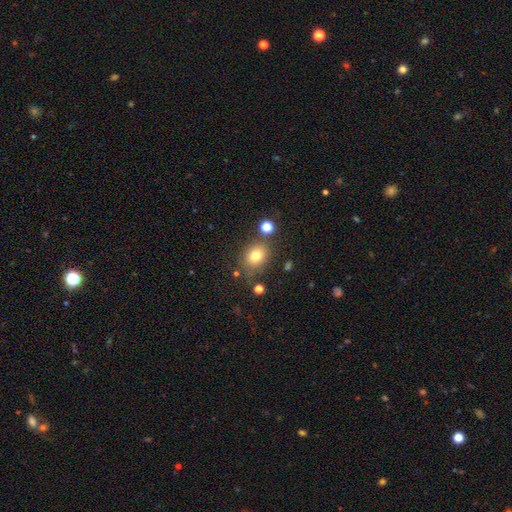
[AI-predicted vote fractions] Morphology: type=smooth (77%); roundness=round (54%); merging=none (74%).